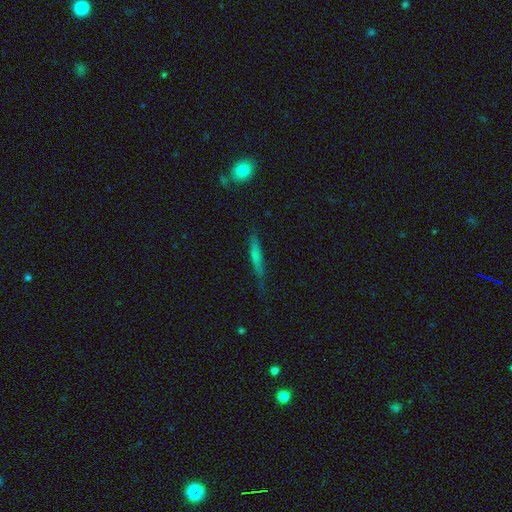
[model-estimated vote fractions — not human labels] Smooth or featured? smooth (64%)
How rounded? cigar-shaped (91%)
Merging? none (72%)